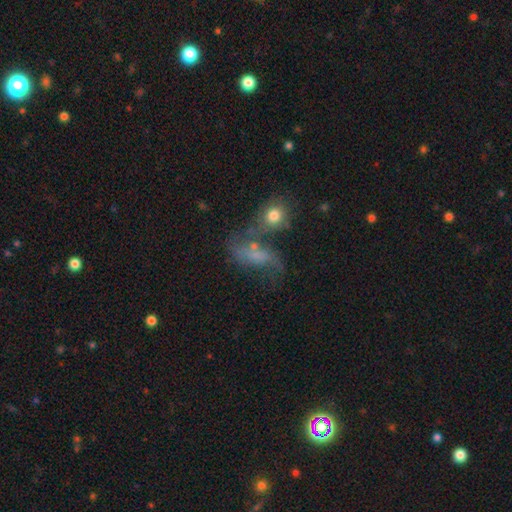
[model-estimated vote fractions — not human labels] This is possibly a featured or disk galaxy (49%). Merging: marginally none (34%).